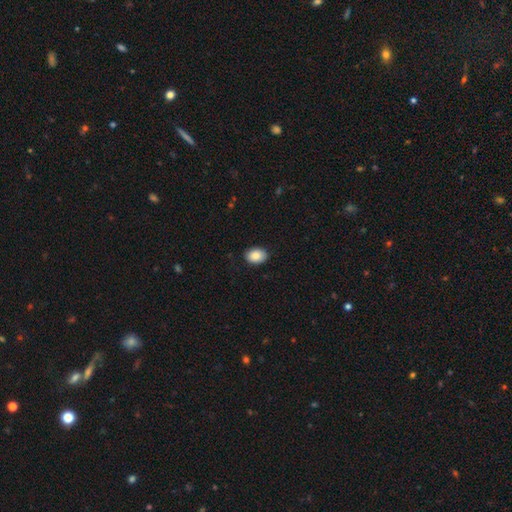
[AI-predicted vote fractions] smooth_or_featured: smooth (p=0.86) [alt: star or artifact p=0.07]
how_rounded: in between (p=0.76) [alt: round p=0.23]
merging: none (p=0.88) [alt: minor disturbance p=0.09]